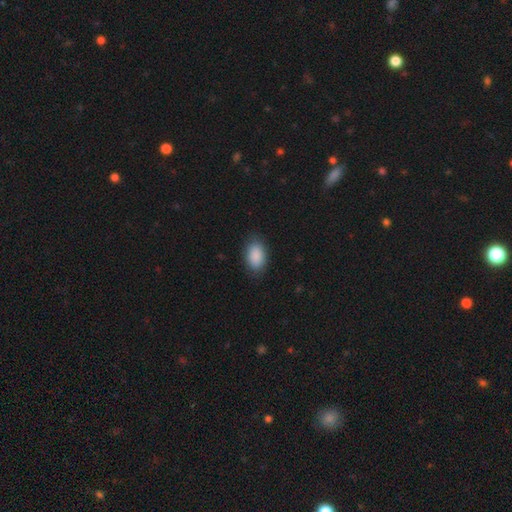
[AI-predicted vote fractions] This is clearly a smooth galaxy (89%). How rounded: clearly in between (90%). Merging: clearly none (84%).